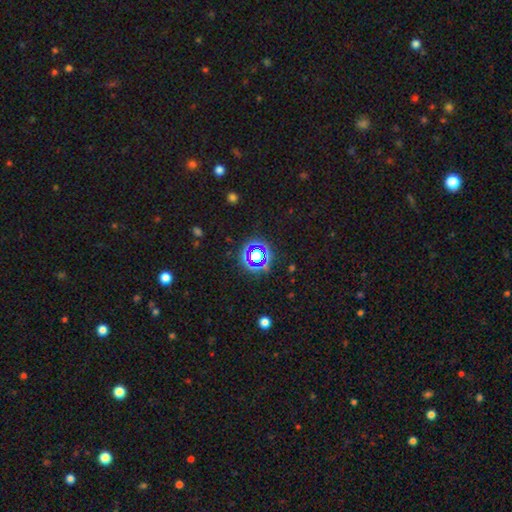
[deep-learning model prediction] smooth_or_featured: star or artifact (p=0.64) [alt: smooth p=0.24]